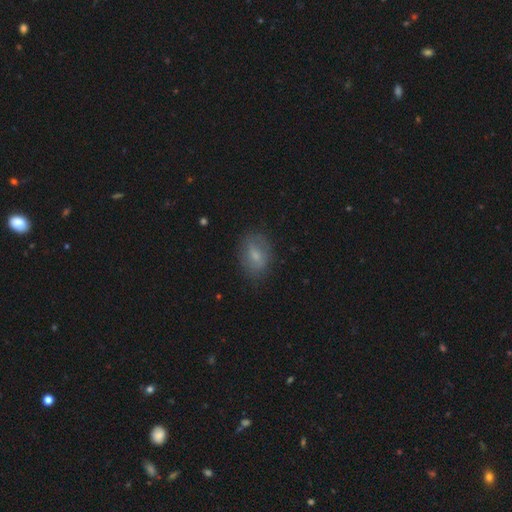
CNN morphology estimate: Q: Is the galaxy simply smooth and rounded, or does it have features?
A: smooth — 65%.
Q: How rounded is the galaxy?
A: in between — 79%.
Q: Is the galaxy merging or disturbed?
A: none — 76%.